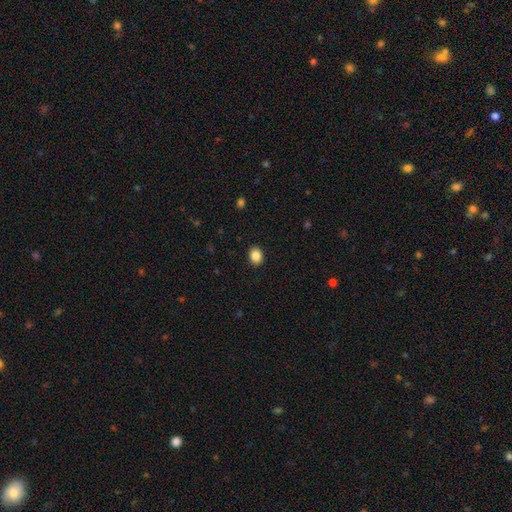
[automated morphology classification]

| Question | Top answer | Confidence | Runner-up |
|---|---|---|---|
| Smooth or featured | smooth | 87% | star or artifact (9%) |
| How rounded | round | 53% | in between (46%) |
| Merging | none | 91% | minor disturbance (6%) |